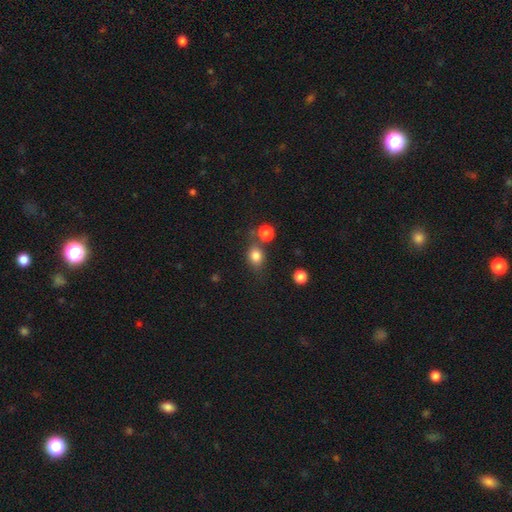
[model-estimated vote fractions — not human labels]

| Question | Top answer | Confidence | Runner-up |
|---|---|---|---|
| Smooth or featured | smooth | 81% | star or artifact (12%) |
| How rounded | round | 54% | in between (44%) |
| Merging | none | 62% | merger (18%) |